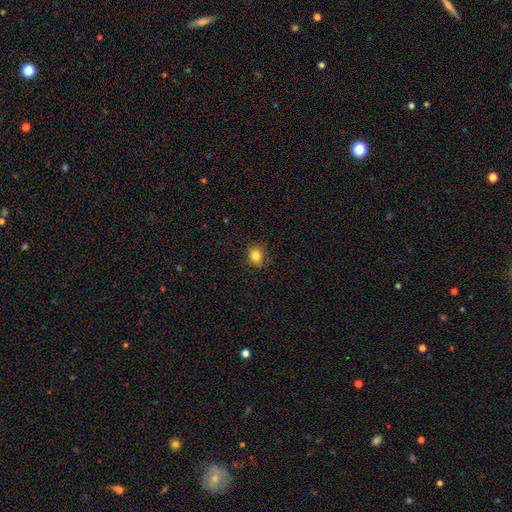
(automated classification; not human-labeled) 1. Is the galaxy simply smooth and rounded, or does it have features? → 83% smooth, 11% star or artifact, 5% featured or disk.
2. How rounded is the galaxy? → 75% round, 24% in between, 1% cigar-shaped.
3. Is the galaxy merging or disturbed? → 84% none, 12% minor disturbance, 3% major disturbance, 1% merger.